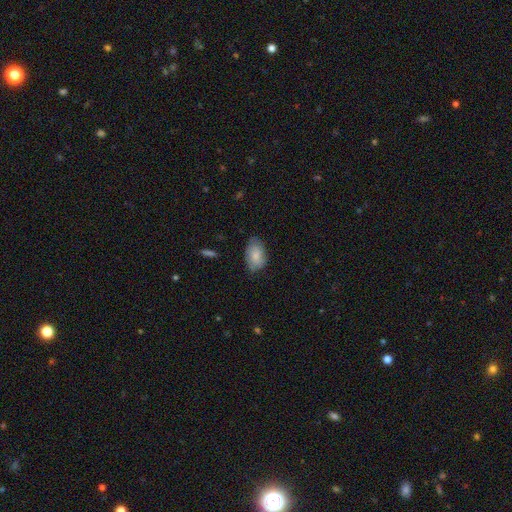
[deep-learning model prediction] smooth 79%, featured or disk 15%, star or artifact 6%. Down the decision tree: how rounded — in between (91%); merging — none (72%).